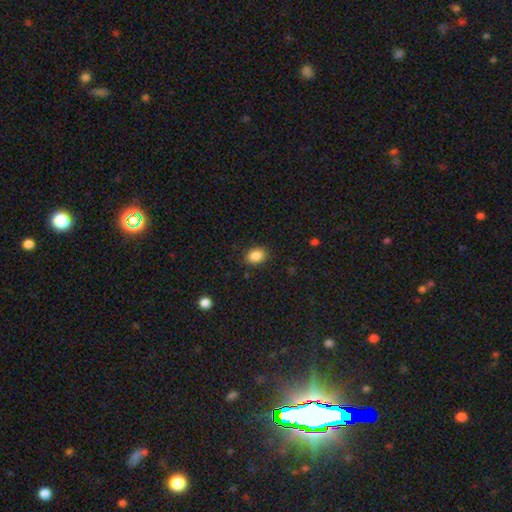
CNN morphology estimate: Smooth or featured: smooth — 88% (star or artifact — 9%)
How rounded: in between — 71% (round — 28%)
Merging: none — 87% (minor disturbance — 9%)